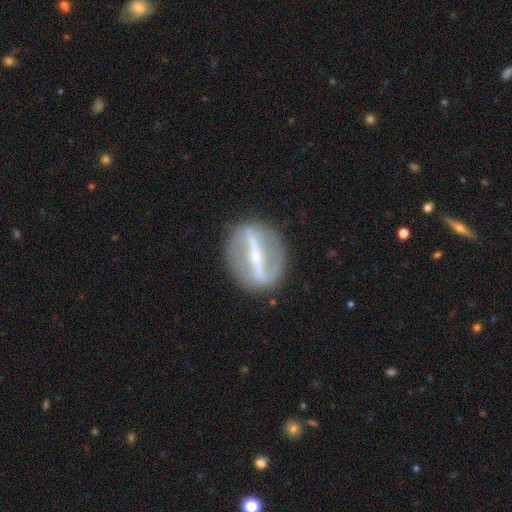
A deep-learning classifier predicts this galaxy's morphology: A featured or disk galaxy (84%) with a strong bar (88%), no spiral arms (51%) and a small central bulge (68%). Merging: none (84%).